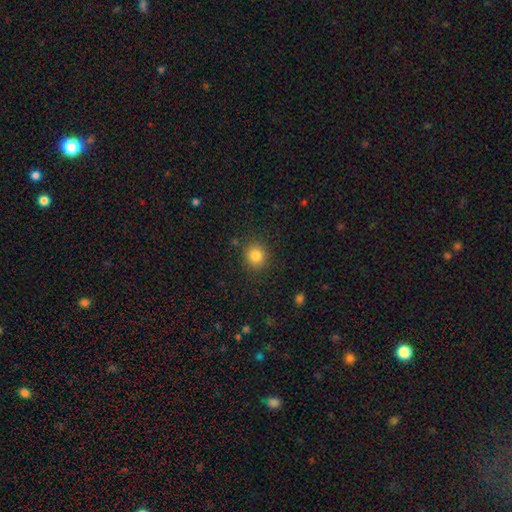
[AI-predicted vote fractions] This appears to be a smooth galaxy with no disk features (84%) that is round (86%). Merging: none (87%).